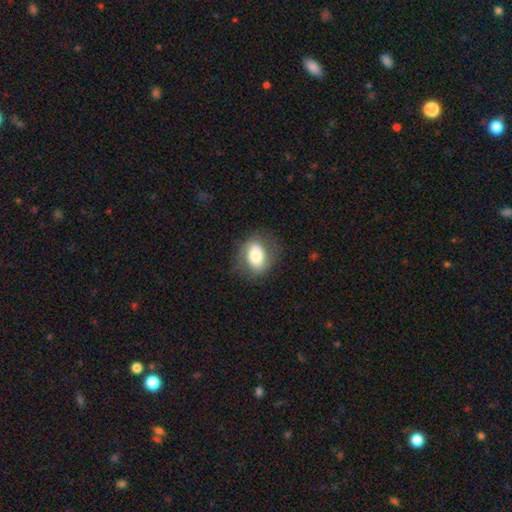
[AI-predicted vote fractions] smooth-or-featured: smooth: 64% | featured or disk: 29% | star or artifact: 7%
  how-rounded: in between: 72% | round: 25% | cigar-shaped: 2%
  merging: none: 77% | minor disturbance: 15% | major disturbance: 7% | merger: 1%